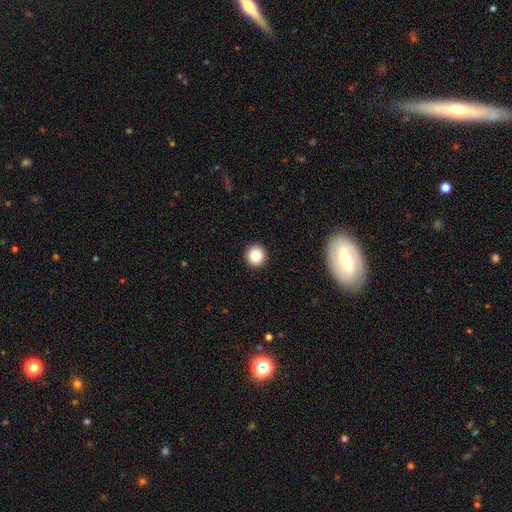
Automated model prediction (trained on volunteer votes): A smooth galaxy with no disk features (83%) that is round (94%).

Vote fractions:
- Smooth or featured? smooth: 83% / star or artifact: 10% / featured or disk: 7%
- How rounded? round: 94% / in between: 5% / cigar-shaped: 1%
- Merging? none: 93% / minor disturbance: 4% / major disturbance: 1% / merger: 1%